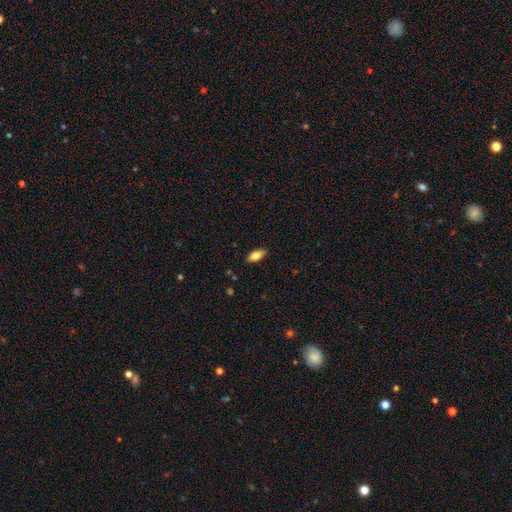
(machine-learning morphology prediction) Smooth or featured?
  - smooth: 81% *
  - featured or disk: 12%
  - star or artifact: 7%
How rounded?
  - in between: 88% *
  - cigar-shaped: 9%
  - round: 3%
Merging?
  - none: 87% *
  - minor disturbance: 10%
  - major disturbance: 2%
  - merger: 1%